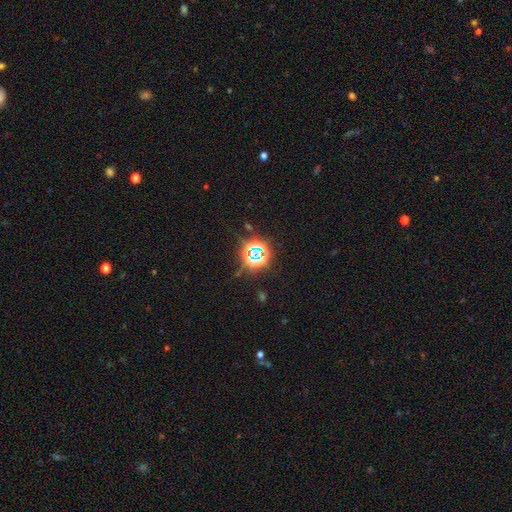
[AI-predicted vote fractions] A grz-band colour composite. It shows a star or artifact, not a galaxy (74%).